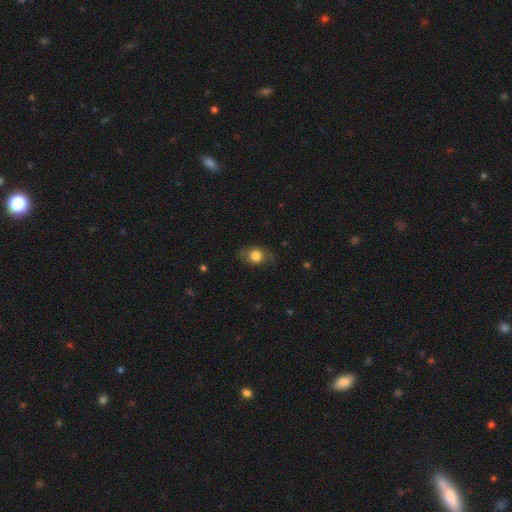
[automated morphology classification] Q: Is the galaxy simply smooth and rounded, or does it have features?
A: smooth — 74%.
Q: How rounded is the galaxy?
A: in between — 64%.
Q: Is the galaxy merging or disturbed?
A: none — 75%.